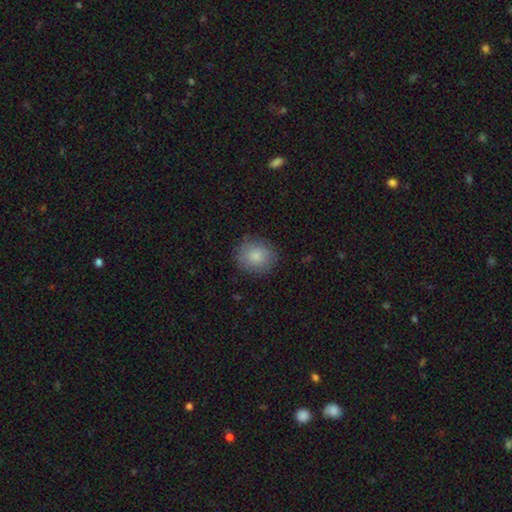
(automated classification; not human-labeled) A smooth galaxy with no disk features (84%) that is round (84%). Merging: none (84%).